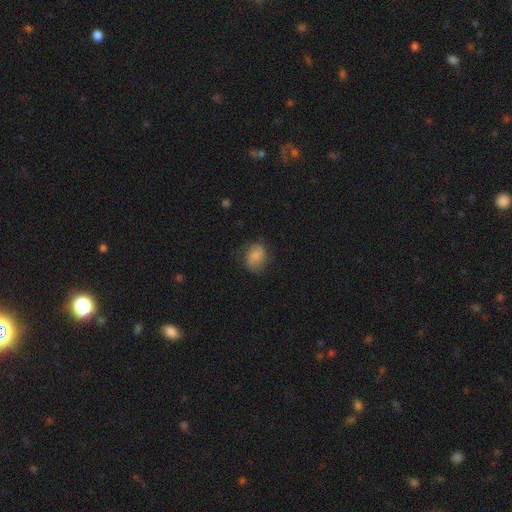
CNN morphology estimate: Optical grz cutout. It shows a smooth galaxy with no disk features (74%) that is in between round and cigar-shaped (51%). Merging: none (65%).